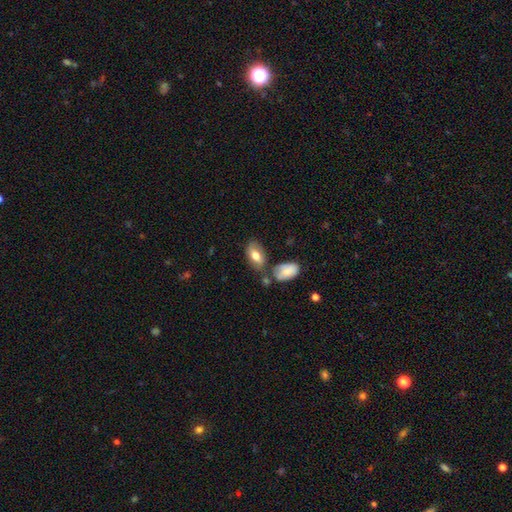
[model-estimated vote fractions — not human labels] Smooth or featured? Predicted: smooth (p=0.73). How rounded? Predicted: in between (p=0.92). Merging? Predicted: none (p=0.60).